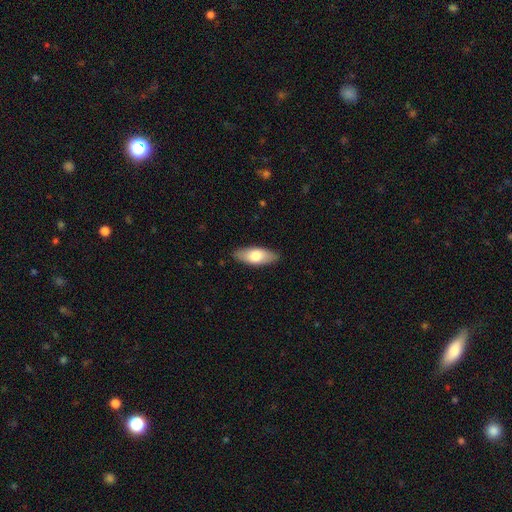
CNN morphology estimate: Smooth or featured?
  - smooth: 74% *
  - featured or disk: 20%
  - star or artifact: 5%
How rounded?
  - in between: 80% *
  - cigar-shaped: 18%
  - round: 2%
Merging?
  - none: 87% *
  - minor disturbance: 10%
  - major disturbance: 2%
  - merger: 1%